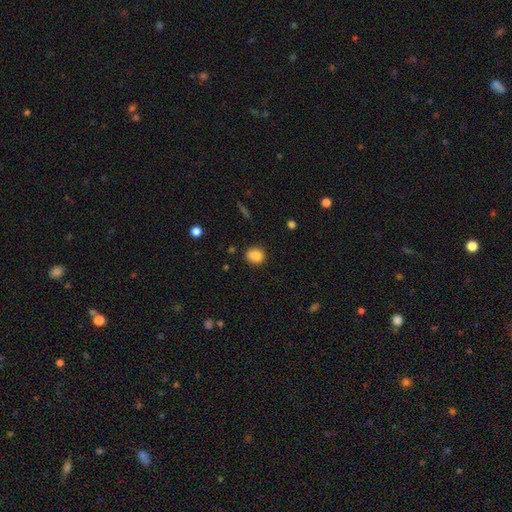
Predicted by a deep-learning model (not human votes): A smooth galaxy with no disk features (85%) that is round (75%). Merging: none (83%).